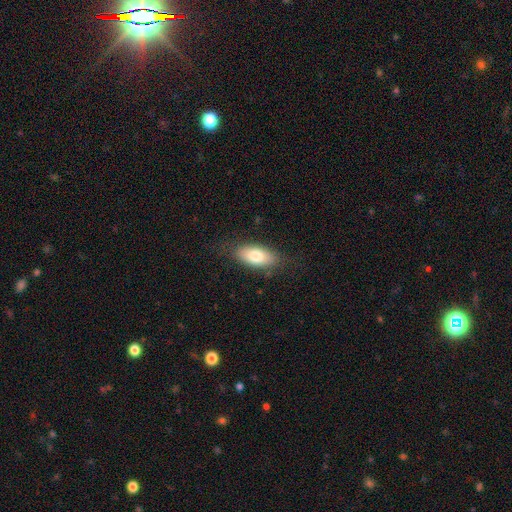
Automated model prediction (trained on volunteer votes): A smooth galaxy with no disk features (78%) that is in between round and cigar-shaped (89%).

Vote fractions:
- Smooth or featured? smooth: 78% / featured or disk: 15% / star or artifact: 7%
- How rounded? in between: 89% / cigar-shaped: 8% / round: 3%
- Merging? none: 81% / minor disturbance: 14% / major disturbance: 4% / merger: 1%